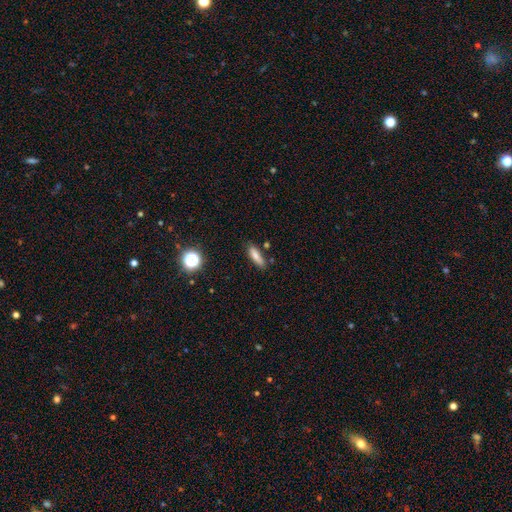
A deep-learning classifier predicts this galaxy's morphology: smooth 78%, featured or disk 12%, star or artifact 10%. Down the decision tree: how rounded — cigar-shaped (56%); merging — none (76%).